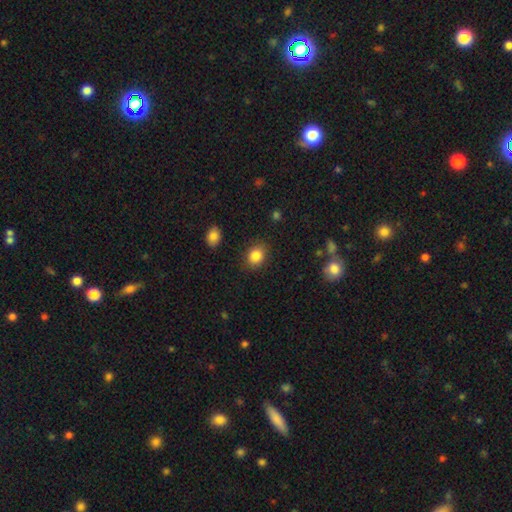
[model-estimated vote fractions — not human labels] Q: Smooth or featured?
A: smooth (86%); runner-up: star or artifact (9%)
Q: How rounded?
A: round (58%); runner-up: in between (41%)
Q: Merging?
A: none (87%); runner-up: minor disturbance (9%)